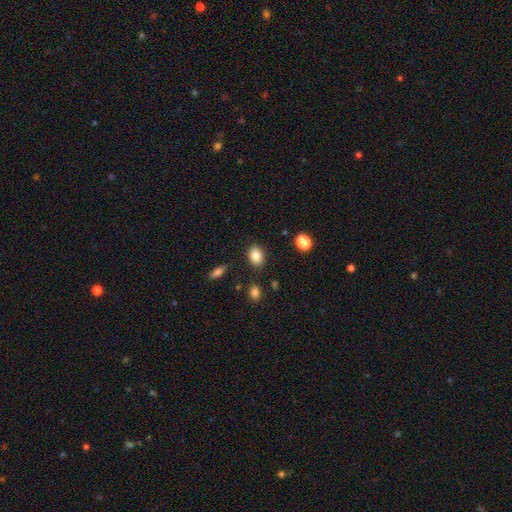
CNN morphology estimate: This is clearly a smooth galaxy (84%). How rounded: likely in between (71%). Merging: clearly none (85%).